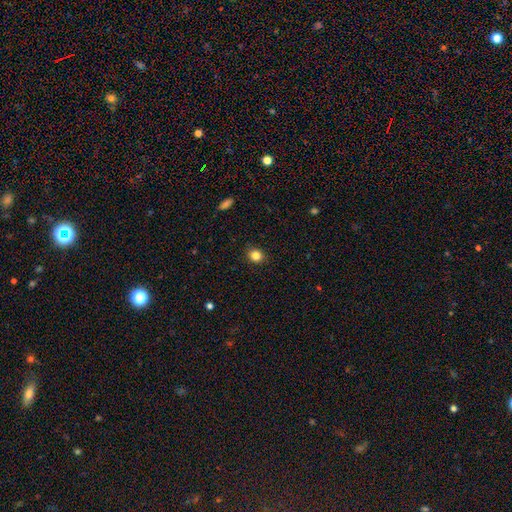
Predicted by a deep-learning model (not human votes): smooth 84%, star or artifact 11%, featured or disk 5%. Down the decision tree: how rounded — round (73%); merging — none (90%).